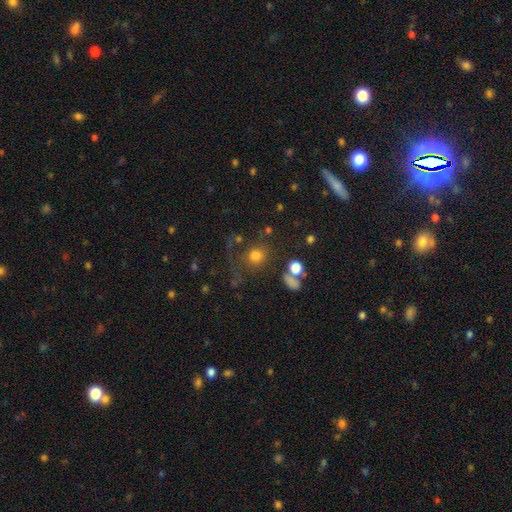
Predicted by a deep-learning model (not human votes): Smooth or featured: smooth — 70% (star or artifact — 18%)
How rounded: round — 83% (in between — 16%)
Merging: none — 57% (major disturbance — 18%)